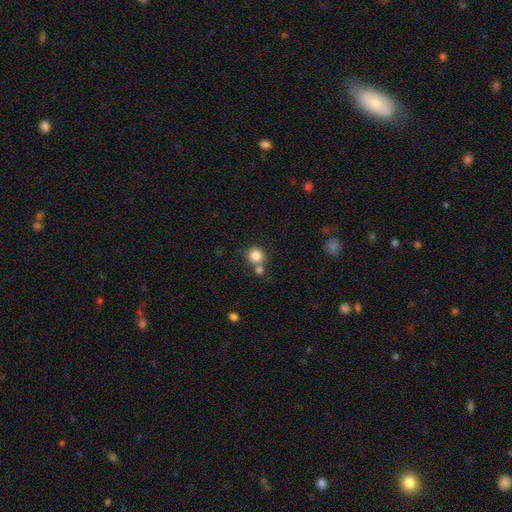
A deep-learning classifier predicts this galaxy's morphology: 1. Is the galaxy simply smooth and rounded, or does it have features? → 84% smooth, 10% star or artifact, 6% featured or disk.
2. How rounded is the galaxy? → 92% round, 7% in between, 1% cigar-shaped.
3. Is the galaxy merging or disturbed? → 62% none, 25% merger, 9% minor disturbance, 4% major disturbance.